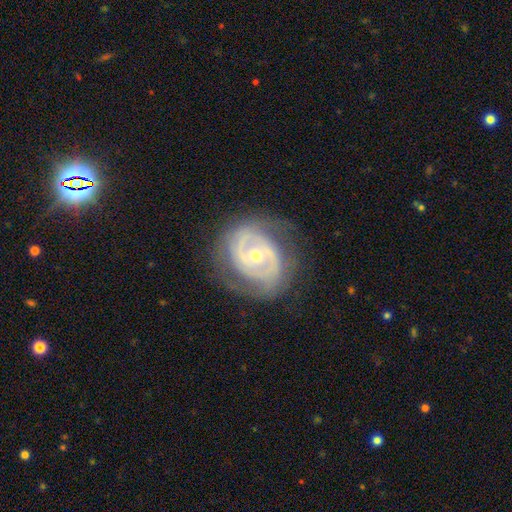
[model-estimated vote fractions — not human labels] smooth-or-featured: featured or disk: 83% | smooth: 12% | star or artifact: 6%
  disk-edge-on: no: 97% | yes: 3%
    bar: no: 61% | weak: 28% | strong: 10%
    has-spiral-arms: yes: 83% | no: 17%
      spiral-winding: tight: 57% | medium: 32% | loose: 11%
      spiral-arm-count: 2: 58% | can't tell: 23% | 3: 9% | 1: 5% | 4: 3% | more than 4: 2%
    bulge-size: small: 50% | moderate: 46% | large: 2% | none: 1% | dominant: 1%
  merging: none: 69% | minor disturbance: 19% | major disturbance: 11% | merger: 1%